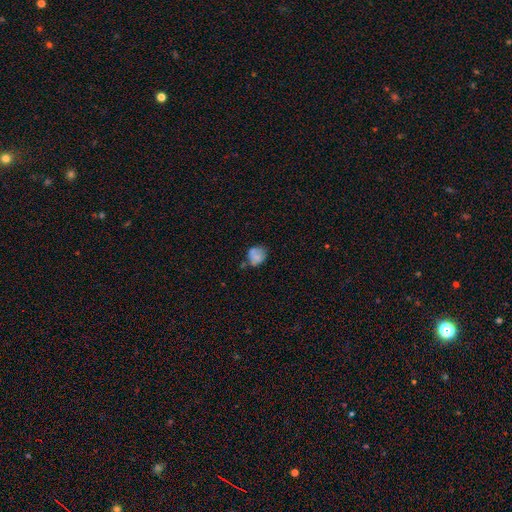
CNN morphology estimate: Smooth or featured? smooth (70%)
How rounded? round (65%)
Merging? none (52%)